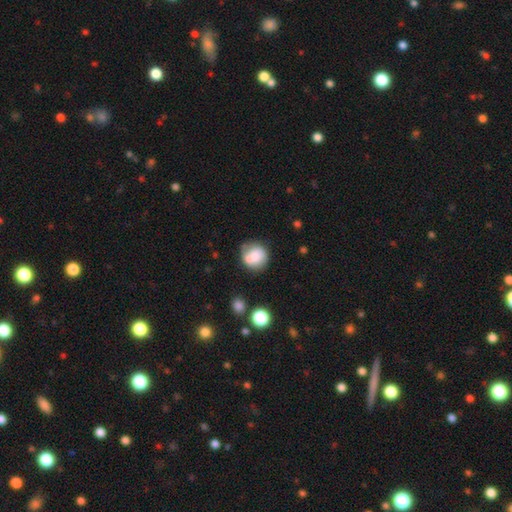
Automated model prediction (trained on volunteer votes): This appears to be a smooth galaxy with no disk features (70%) that is round (85%). Merging: none (52%).